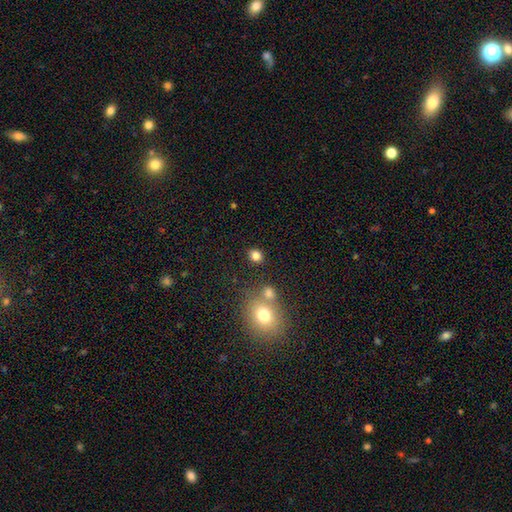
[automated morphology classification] smooth_or_featured: smooth (p=0.82) [alt: star or artifact p=0.13]
how_rounded: round (p=0.69) [alt: in between p=0.30]
merging: none (p=0.79) [alt: merger p=0.09]